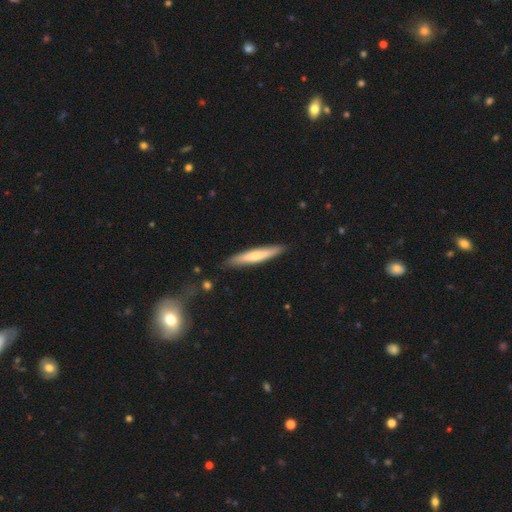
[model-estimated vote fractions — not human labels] Morphology: type=smooth (58%); roundness=cigar-shaped (93%); merging=none (89%).